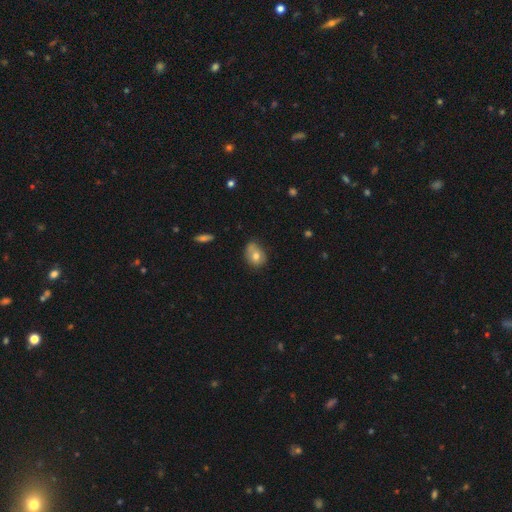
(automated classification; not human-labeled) This is likely a smooth galaxy (72%). How rounded: likely in between (65%). Merging: possibly none (52%).